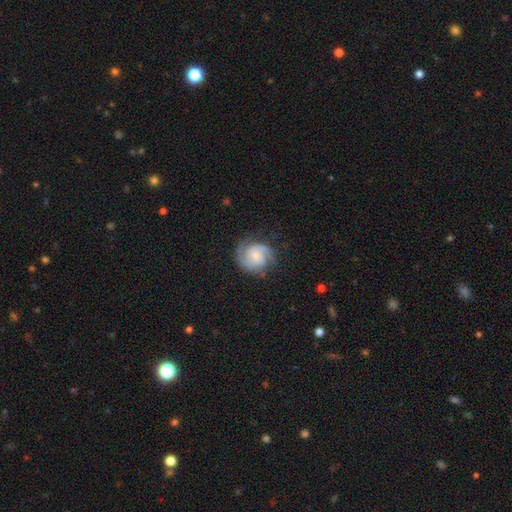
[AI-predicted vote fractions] The model was most divided on "spiral winding": medium: 45%, tight: 44%, loose: 11%. More confident: edge-on disk — no (98%); spiral arms — yes (97%); smooth or featured — featured or disk (84%); merging — none (75%); spiral arm count — 2 (71%); bulge size — small (58%); bar — no (55%).